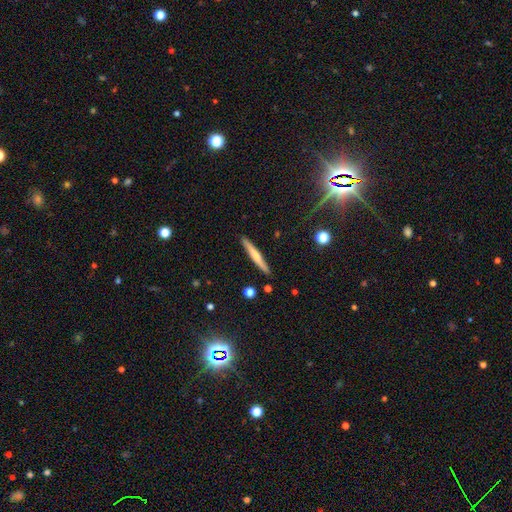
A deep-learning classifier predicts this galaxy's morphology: A smooth galaxy with no disk features (53%) that is cigar-shaped (95%).

Vote fractions:
- Smooth or featured? smooth: 53% / featured or disk: 41% / star or artifact: 6%
- How rounded? cigar-shaped: 95% / in between: 3% / round: 1%
- Merging? none: 90% / minor disturbance: 7% / major disturbance: 1% / merger: 1%